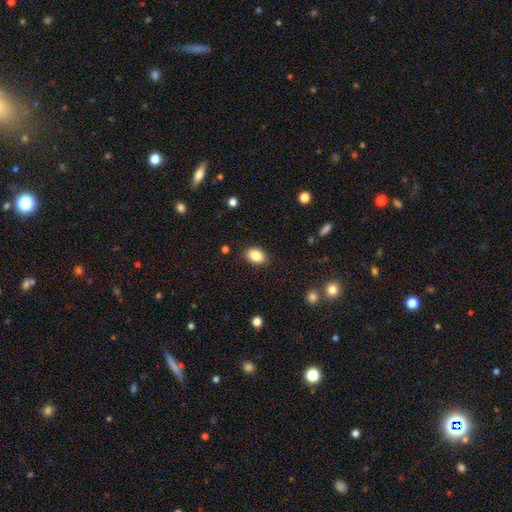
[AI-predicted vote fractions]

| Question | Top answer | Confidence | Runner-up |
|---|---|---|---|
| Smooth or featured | smooth | 86% | star or artifact (8%) |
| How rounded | in between | 81% | round (18%) |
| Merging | none | 88% | minor disturbance (9%) |